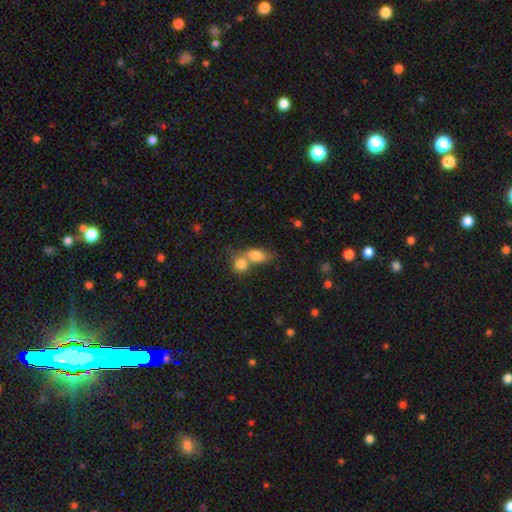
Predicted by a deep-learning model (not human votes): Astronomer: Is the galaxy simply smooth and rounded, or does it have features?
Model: smooth — 78%.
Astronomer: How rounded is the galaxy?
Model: in between — 69%.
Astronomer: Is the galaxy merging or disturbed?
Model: merger — 64%.